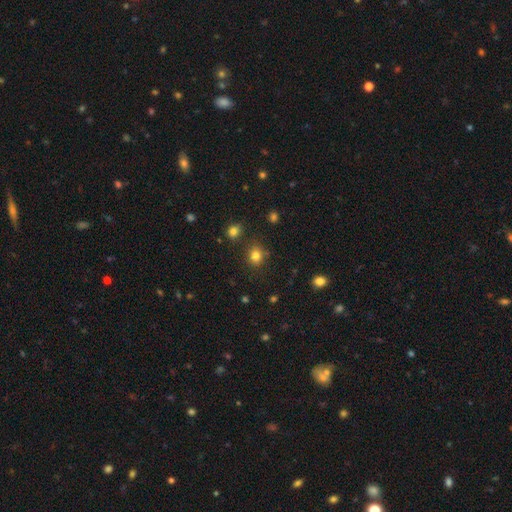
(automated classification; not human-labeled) This is clearly a smooth galaxy (81%). How rounded: likely round (75%). Merging: clearly none (81%).